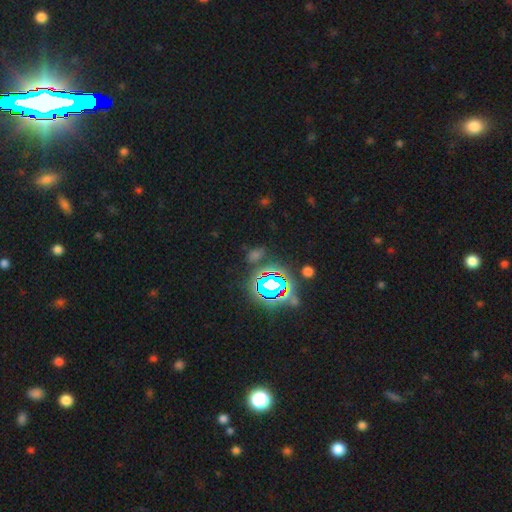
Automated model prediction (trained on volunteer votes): smooth-or-featured: star or artifact: 63% | smooth: 27% | featured or disk: 10%